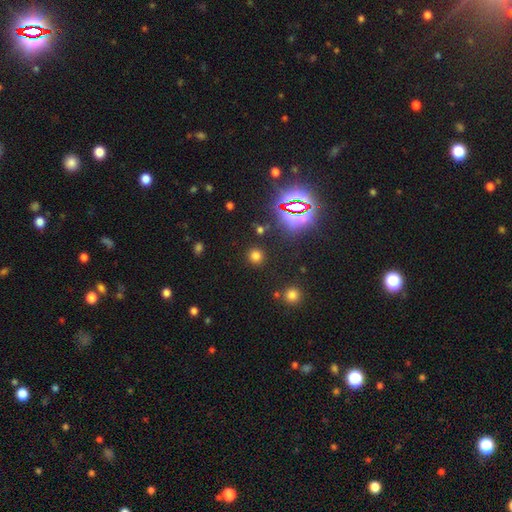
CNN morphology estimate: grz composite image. It shows a smooth galaxy with no disk features (66%) that is round (91%). Merging: none (88%).